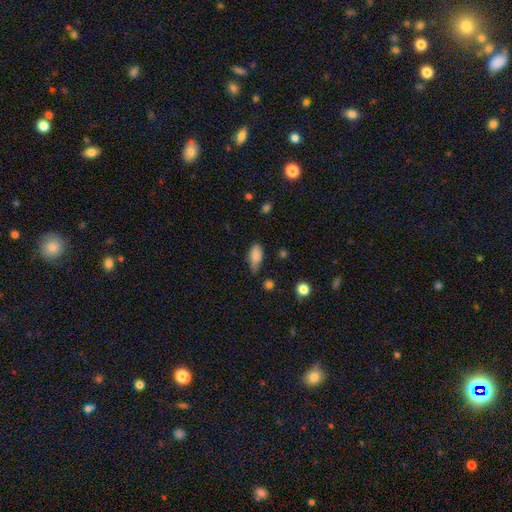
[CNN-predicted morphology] smooth-or-featured: smooth: 83% | featured or disk: 8% | star or artifact: 8%
  how-rounded: in between: 89% | cigar-shaped: 8% | round: 4%
  merging: none: 56% | minor disturbance: 34% | major disturbance: 7% | merger: 3%